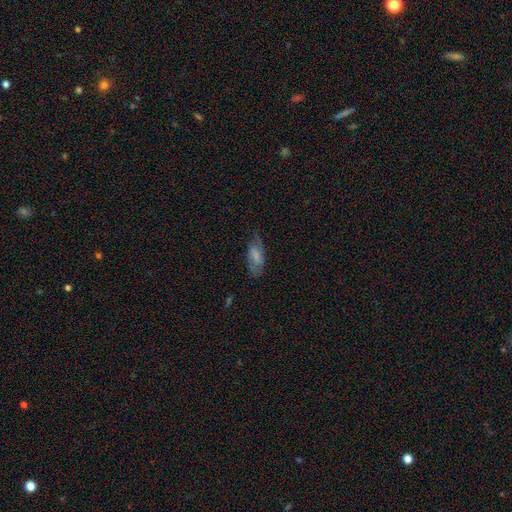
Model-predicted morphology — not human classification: A smooth galaxy with no disk features (59%) that is in between round and cigar-shaped (81%).

Vote fractions:
- Smooth or featured? smooth: 59% / featured or disk: 33% / star or artifact: 8%
- How rounded? in between: 81% / cigar-shaped: 16% / round: 3%
- Merging? none: 60% / minor disturbance: 27% / major disturbance: 12% / merger: 2%